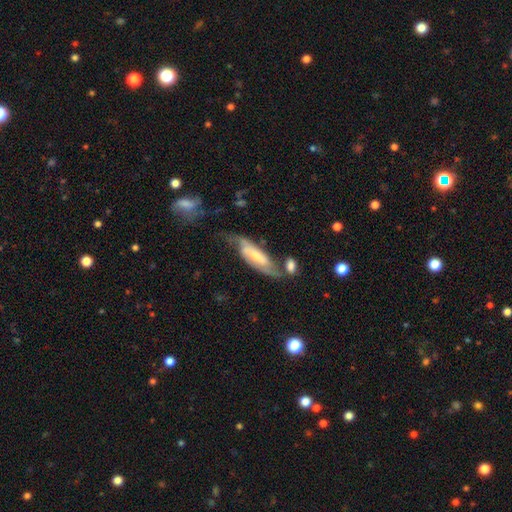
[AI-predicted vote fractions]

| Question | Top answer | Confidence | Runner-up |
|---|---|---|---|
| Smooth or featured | featured or disk | 69% | smooth (25%) |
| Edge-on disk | no | 84% | yes (16%) |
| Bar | weak | 37% | strong (33%) |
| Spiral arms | yes | 91% | no (9%) |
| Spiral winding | medium | 41% | loose (37%) |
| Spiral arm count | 2 | 81% | can't tell (10%) |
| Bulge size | small | 35% | moderate (33%) |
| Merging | none | 44% | minor disturbance (23%) |